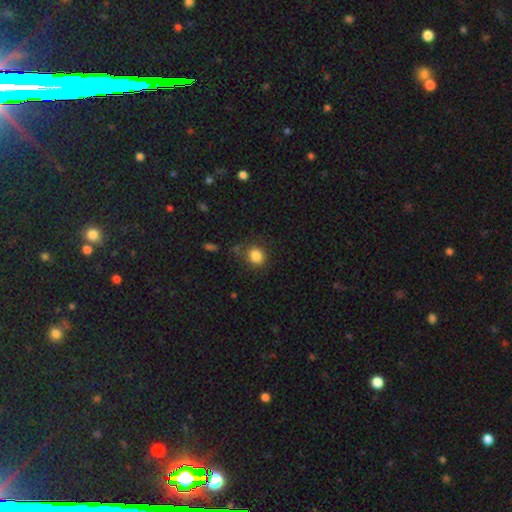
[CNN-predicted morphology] type=smooth (84%); roundness=round (74%); merging=none (76%).